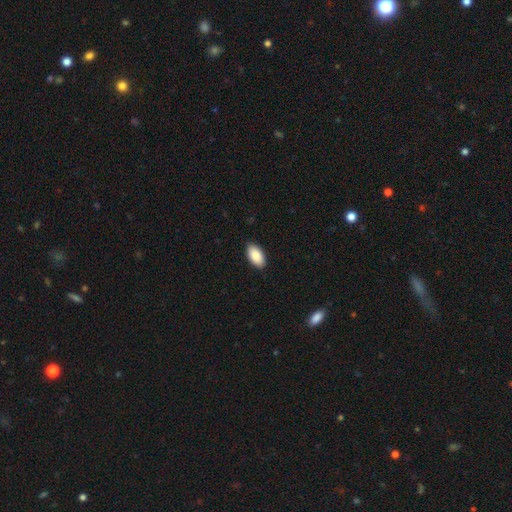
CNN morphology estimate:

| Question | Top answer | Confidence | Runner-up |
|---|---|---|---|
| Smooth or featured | smooth | 88% | star or artifact (6%) |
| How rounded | in between | 95% | round (3%) |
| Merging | none | 88% | minor disturbance (9%) |